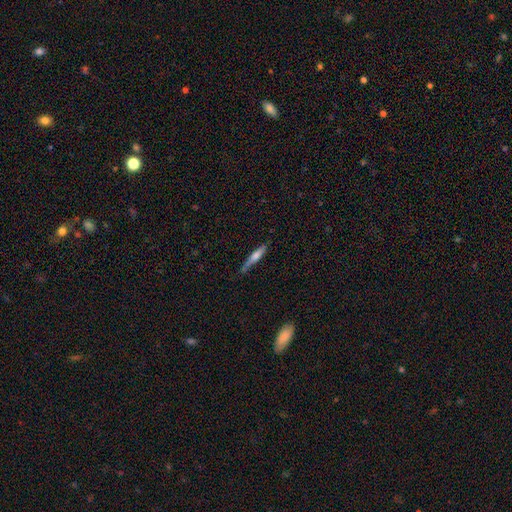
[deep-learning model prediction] This appears to be a smooth galaxy with no disk features (50%). Merging: none (73%).